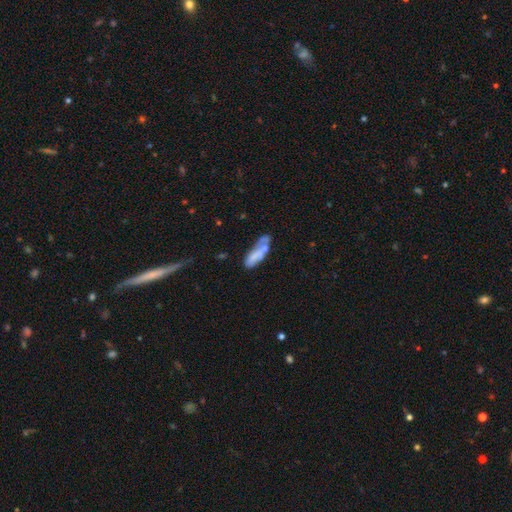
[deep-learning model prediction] Overall: smooth (61%; featured or disk 31%). How rounded: in between (57%; cigar-shaped 40%). Merging: none (36%; merger 25%).